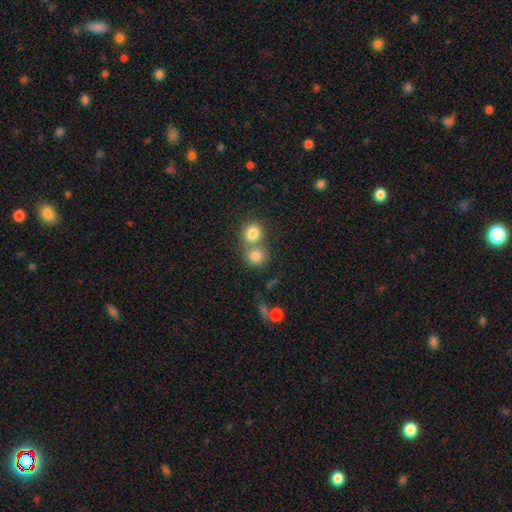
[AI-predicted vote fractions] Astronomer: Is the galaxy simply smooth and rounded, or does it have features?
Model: smooth — 80%.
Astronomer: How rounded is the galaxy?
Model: round — 85%.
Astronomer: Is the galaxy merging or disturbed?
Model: merger — 49% (runner-up: none, 42%).